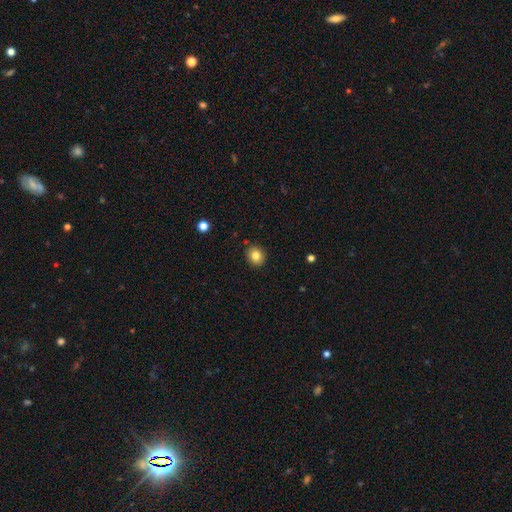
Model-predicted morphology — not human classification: The model was most divided on "how rounded": round: 75%, in between: 24%, cigar-shaped: 1%. More confident: merging — none (89%); smooth or featured — smooth (82%).